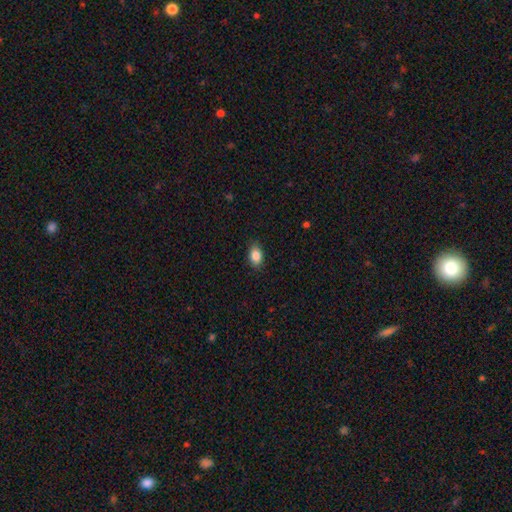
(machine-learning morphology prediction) The model was most divided on "how rounded": in between: 85%, round: 13%, cigar-shaped: 2%. More confident: merging — none (87%); smooth or featured — smooth (86%).